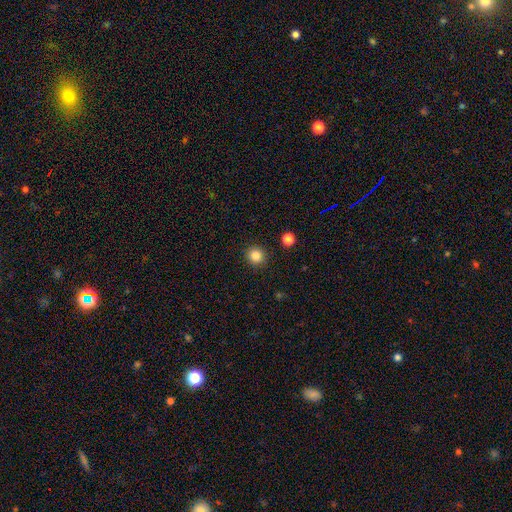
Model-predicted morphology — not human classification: Smooth or featured?
  - smooth: 85% *
  - star or artifact: 11%
  - featured or disk: 4%
How rounded?
  - round: 93% *
  - in between: 6%
  - cigar-shaped: 1%
Merging?
  - none: 92% *
  - minor disturbance: 5%
  - major disturbance: 2%
  - merger: 1%